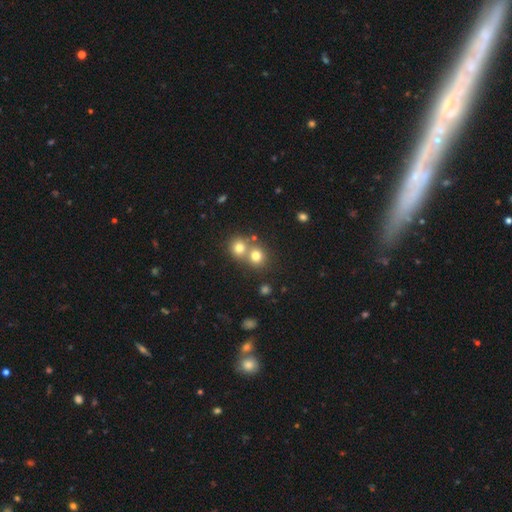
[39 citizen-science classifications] This appears to be a smooth galaxy with no disk features (82%) that is round (91%). Merging: none (50%).